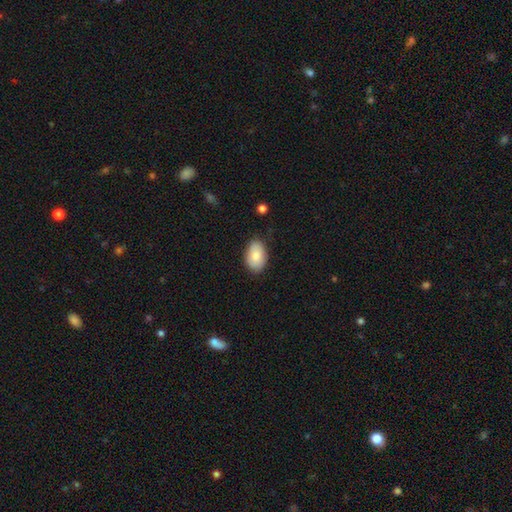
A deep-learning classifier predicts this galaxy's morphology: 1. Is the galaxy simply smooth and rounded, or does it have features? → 83% smooth, 10% featured or disk, 6% star or artifact.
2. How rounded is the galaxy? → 91% in between, 8% round, 1% cigar-shaped.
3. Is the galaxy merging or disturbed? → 82% none, 14% minor disturbance, 3% major disturbance, 1% merger.